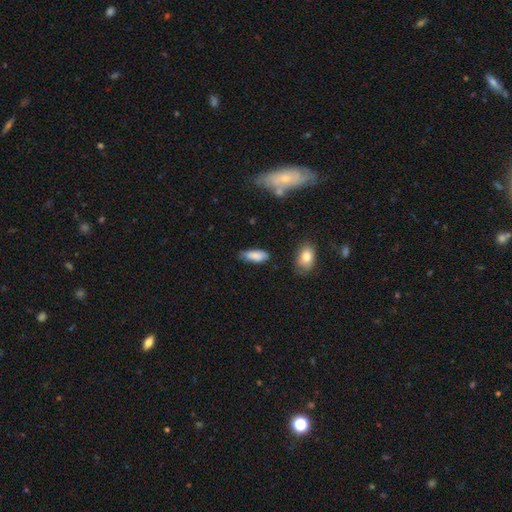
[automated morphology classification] Smooth or featured? smooth (82%)
How rounded? in between (75%)
Merging? none (62%)